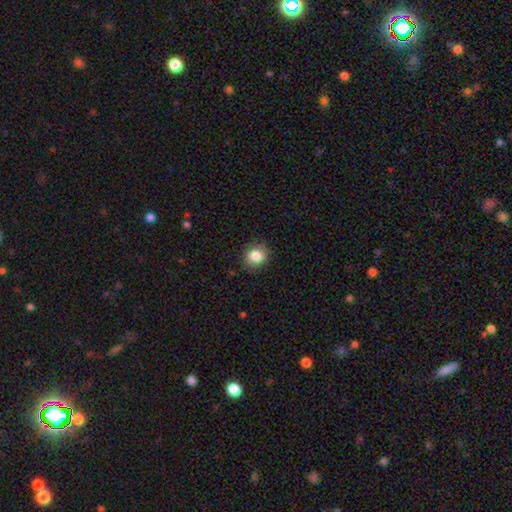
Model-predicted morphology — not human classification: Smooth or featured? smooth (84%)
How rounded? round (75%)
Merging? none (86%)